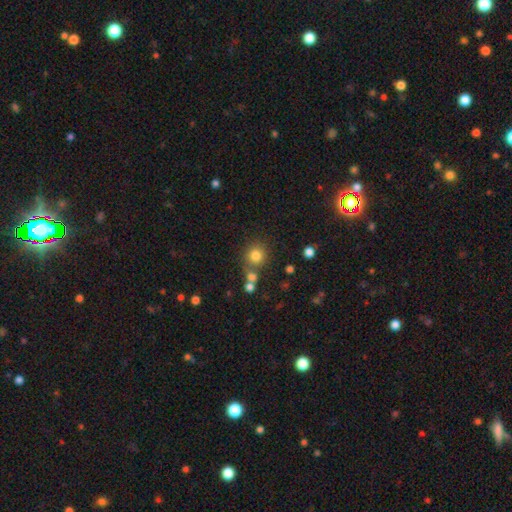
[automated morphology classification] Smooth or featured?
  - smooth: 79% *
  - star or artifact: 14%
  - featured or disk: 8%
How rounded?
  - round: 90% *
  - in between: 9%
  - cigar-shaped: 1%
Merging?
  - none: 66% *
  - merger: 19%
  - minor disturbance: 10%
  - major disturbance: 5%